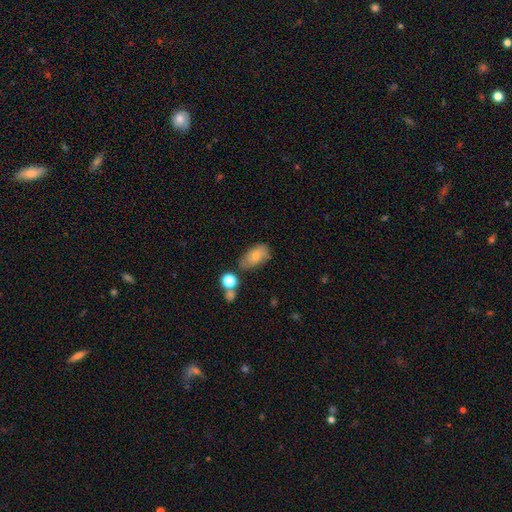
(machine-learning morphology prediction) type=smooth (72%); roundness=in between (90%); merging=none (64%).